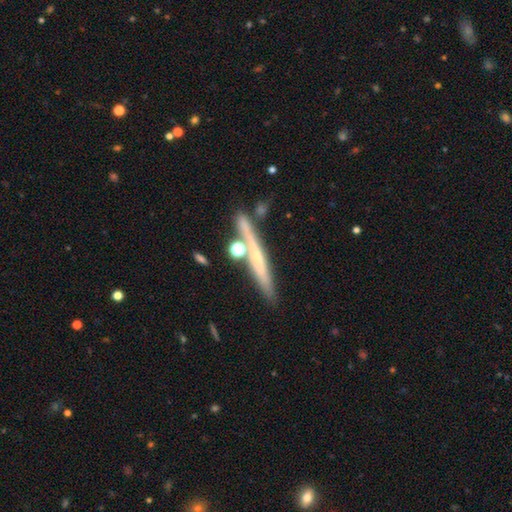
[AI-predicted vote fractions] smooth-or-featured: featured or disk: 51% | smooth: 39% | star or artifact: 10%
  disk-edge-on: yes: 92% | no: 8%
  merging: none: 73% | merger: 12% | minor disturbance: 11% | major disturbance: 4%